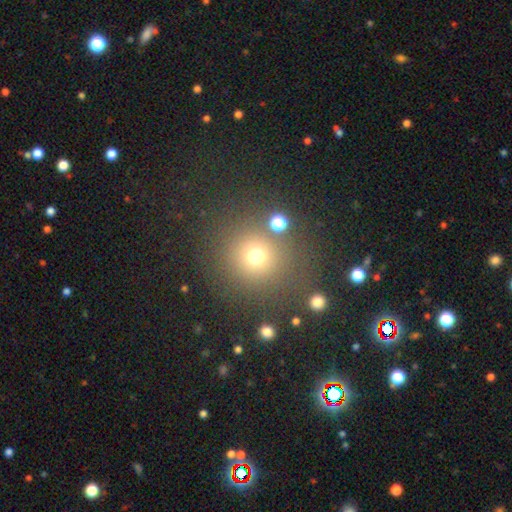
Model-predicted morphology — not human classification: smooth-or-featured: smooth: 71% | star or artifact: 21% | featured or disk: 9%
  how-rounded: round: 92% | in between: 7% | cigar-shaped: 1%
  merging: none: 80% | minor disturbance: 9% | merger: 6% | major disturbance: 5%